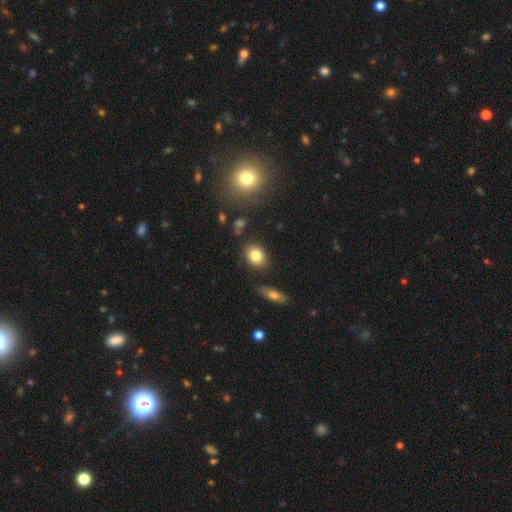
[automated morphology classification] This appears to be a smooth galaxy with no disk features (82%) that is in between round and cigar-shaped (57%). Merging: none (83%).